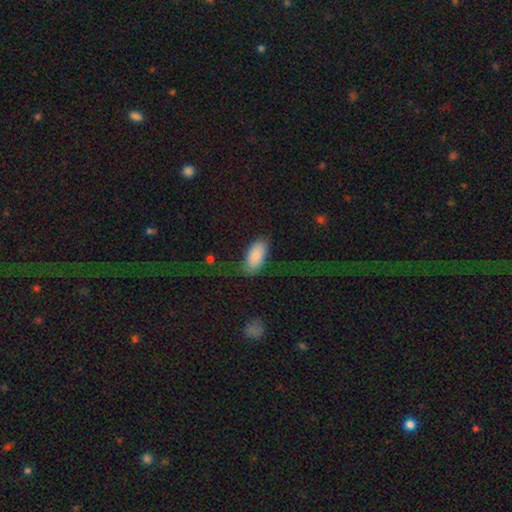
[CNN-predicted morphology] The model was most divided on "merging": none: 71%, minor disturbance: 17%, major disturbance: 10%, merger: 2%. More confident: how rounded — in between (93%); smooth or featured — smooth (87%).